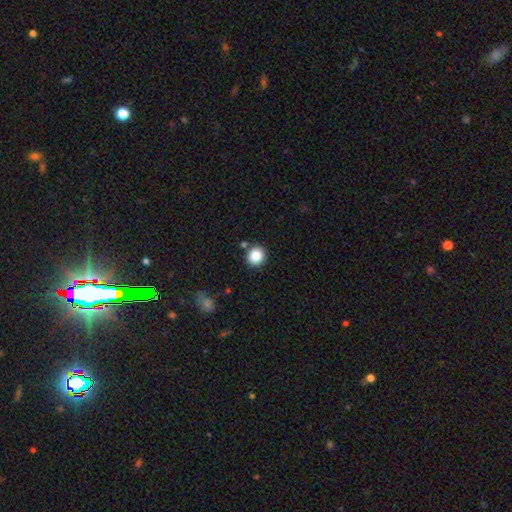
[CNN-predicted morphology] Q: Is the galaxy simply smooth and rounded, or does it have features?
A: smooth — 86%.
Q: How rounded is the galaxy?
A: round — 90%.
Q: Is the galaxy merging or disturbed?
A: none — 85%.